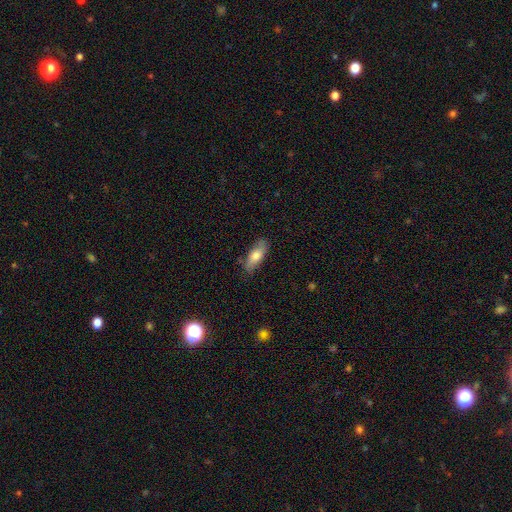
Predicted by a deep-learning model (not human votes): Smooth or featured: smooth — 70% (featured or disk — 24%)
How rounded: in between — 67% (cigar-shaped — 30%)
Merging: none — 78% (minor disturbance — 17%)